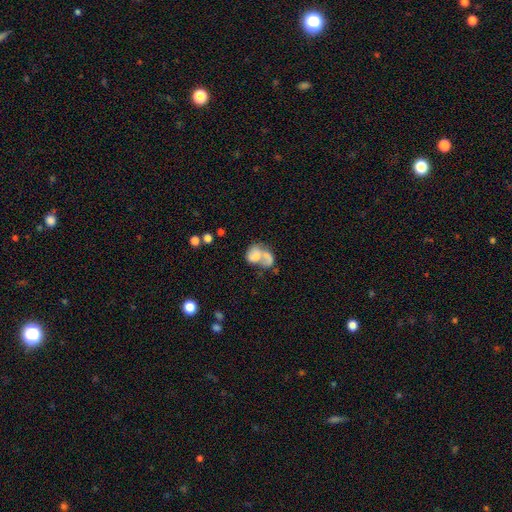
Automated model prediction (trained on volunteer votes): Smooth or featured?
  - smooth: 52% *
  - featured or disk: 40%
  - star or artifact: 9%
How rounded?
  - in between: 65% *
  - round: 34%
  - cigar-shaped: 1%
Merging?
  - merger: 65% *
  - major disturbance: 14%
  - none: 13%
  - minor disturbance: 8%